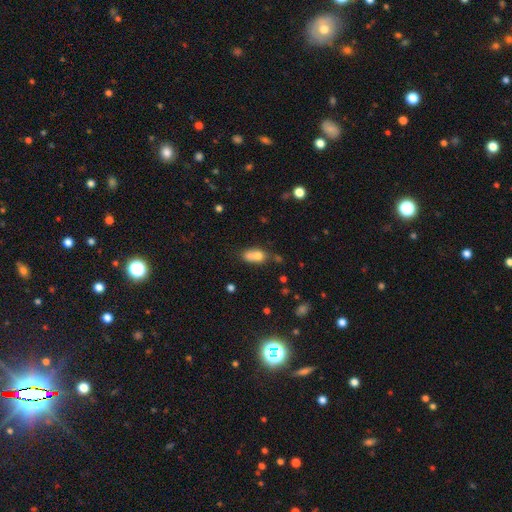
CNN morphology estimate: smooth-or-featured: smooth: 69% | featured or disk: 19% | star or artifact: 12%
  how-rounded: in between: 53% | round: 43% | cigar-shaped: 4%
  merging: merger: 64% | none: 23% | minor disturbance: 8% | major disturbance: 5%